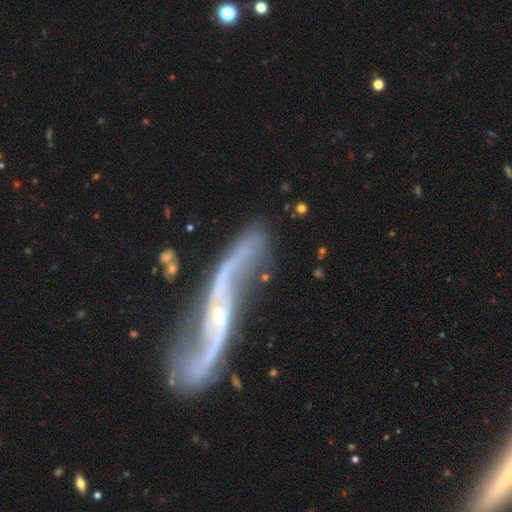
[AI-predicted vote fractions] featured or disk 88%, smooth 6%, star or artifact 6%. Down the decision tree: edge-on disk — no (84%); bar — no (44%); spiral arms — yes (94%); spiral arm count — 2 (92%); spiral winding — loose (85%); bulge size — small (63%); merging — none (56%).